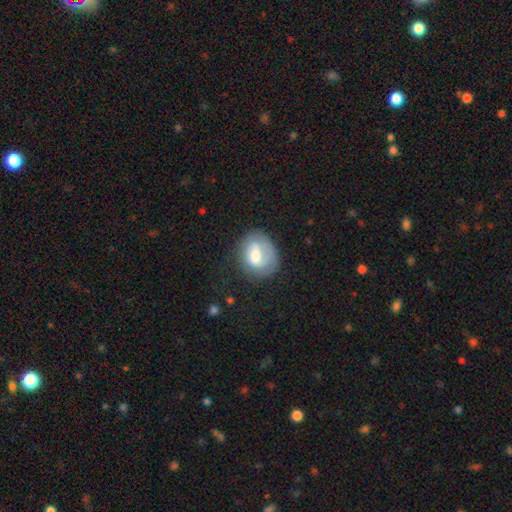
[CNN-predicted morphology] Smooth or featured? smooth (64%)
How rounded? round (50%)
Merging? none (59%)